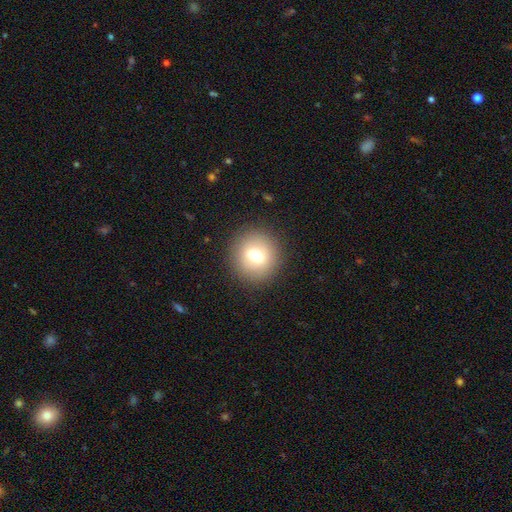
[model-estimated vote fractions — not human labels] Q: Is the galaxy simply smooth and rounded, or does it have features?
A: smooth — 71%.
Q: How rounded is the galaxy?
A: round — 88%.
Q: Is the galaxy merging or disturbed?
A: none — 89%.